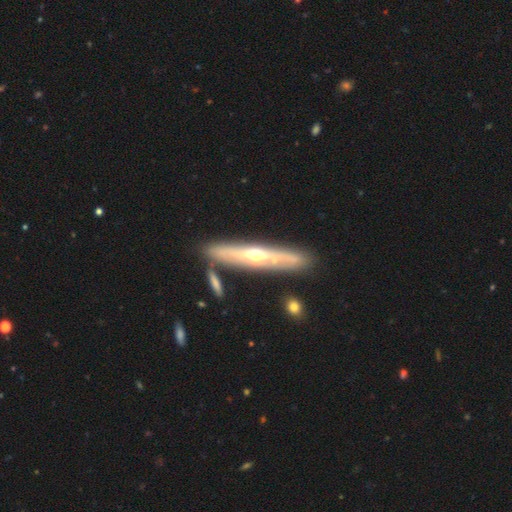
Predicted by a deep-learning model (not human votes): Q: Smooth or featured?
A: featured or disk (66%); runner-up: smooth (29%)
Q: Edge-on disk?
A: yes (81%); runner-up: no (19%)
Q: Edge-on bulge?
A: rounded (86%); runner-up: none (11%)
Q: Merging?
A: none (80%); runner-up: minor disturbance (11%)